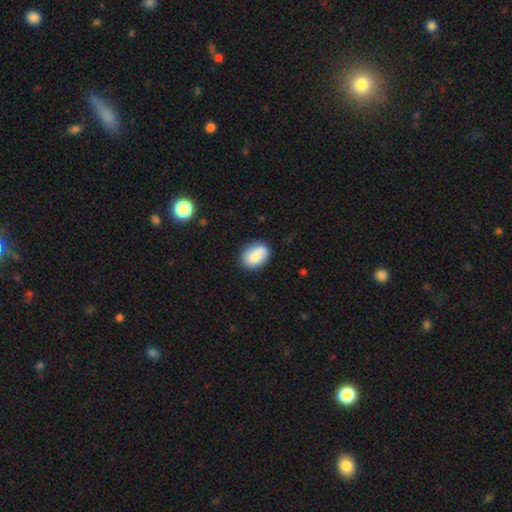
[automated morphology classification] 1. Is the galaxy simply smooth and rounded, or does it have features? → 78% smooth, 14% featured or disk, 7% star or artifact.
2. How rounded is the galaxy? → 76% in between, 23% round, 1% cigar-shaped.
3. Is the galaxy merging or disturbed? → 74% none, 18% minor disturbance, 5% merger, 4% major disturbance.